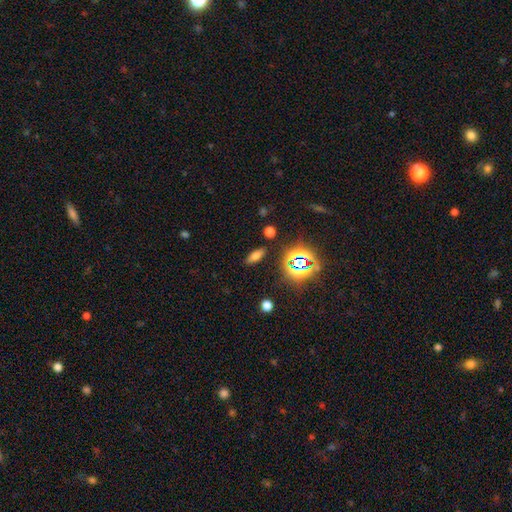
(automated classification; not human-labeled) A smooth galaxy with no disk features (66%) that is in between round and cigar-shaped (76%). Merging: none (86%).